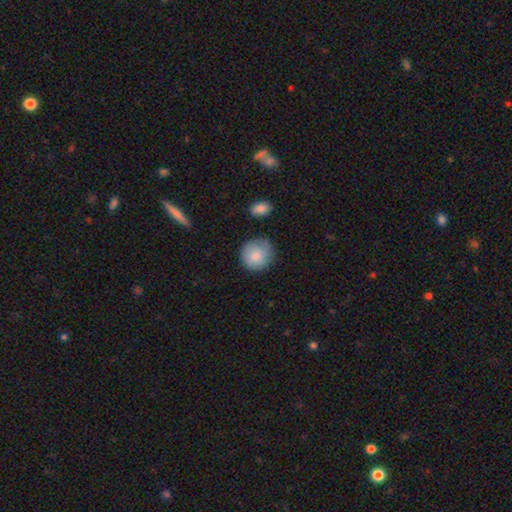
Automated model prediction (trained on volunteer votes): smooth 83%, featured or disk 10%, star or artifact 7%. Down the decision tree: how rounded — round (90%); merging — none (75%).